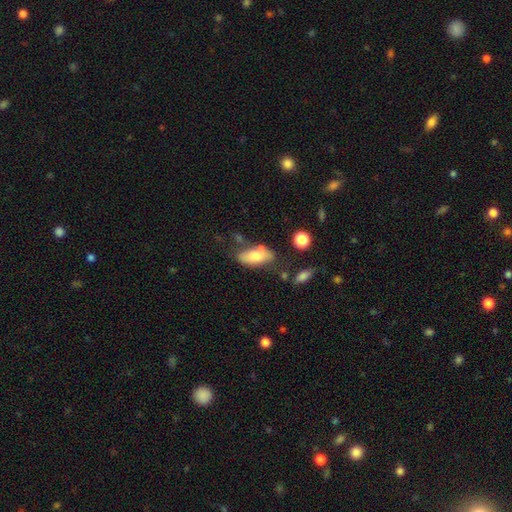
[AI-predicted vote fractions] Smooth or featured?
  - smooth: 70% *
  - featured or disk: 22%
  - star or artifact: 7%
How rounded?
  - in between: 87% *
  - cigar-shaped: 10%
  - round: 3%
Merging?
  - none: 54% *
  - minor disturbance: 23%
  - merger: 14%
  - major disturbance: 9%